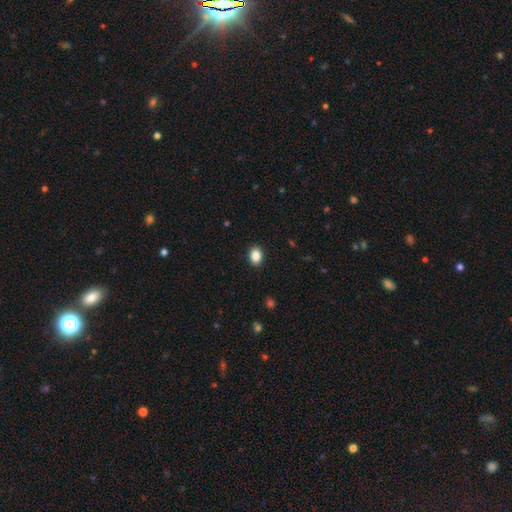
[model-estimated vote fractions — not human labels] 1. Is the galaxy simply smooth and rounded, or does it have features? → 86% smooth, 9% star or artifact, 5% featured or disk.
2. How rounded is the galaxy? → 73% in between, 26% round, 1% cigar-shaped.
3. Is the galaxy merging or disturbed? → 90% none, 7% minor disturbance, 2% major disturbance, 1% merger.